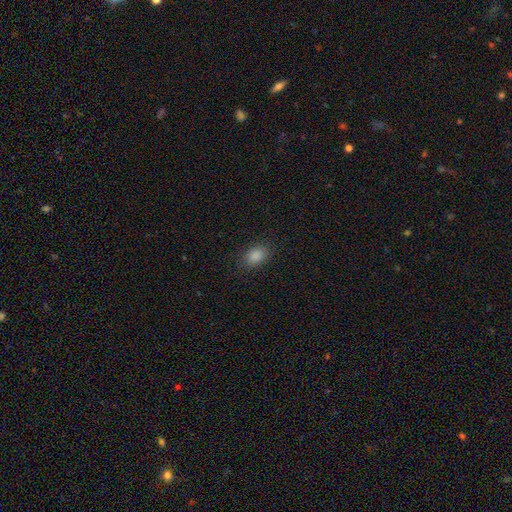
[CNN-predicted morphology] Smooth or featured: smooth — 87% (star or artifact — 9%)
How rounded: in between — 81% (round — 17%)
Merging: none — 85% (minor disturbance — 10%)